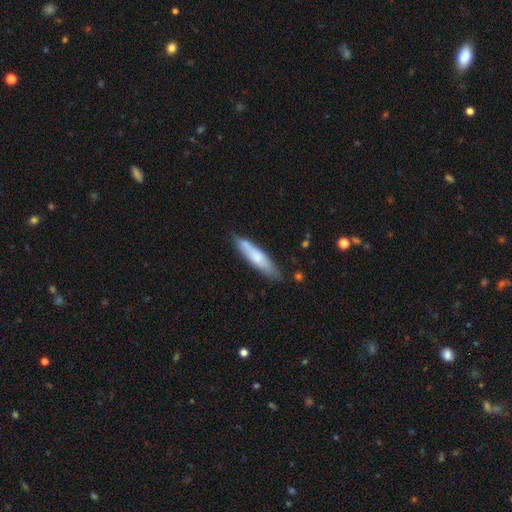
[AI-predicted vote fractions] Smooth or featured: smooth — 69% (featured or disk — 25%)
How rounded: cigar-shaped — 81% (in between — 17%)
Merging: none — 76% (minor disturbance — 18%)